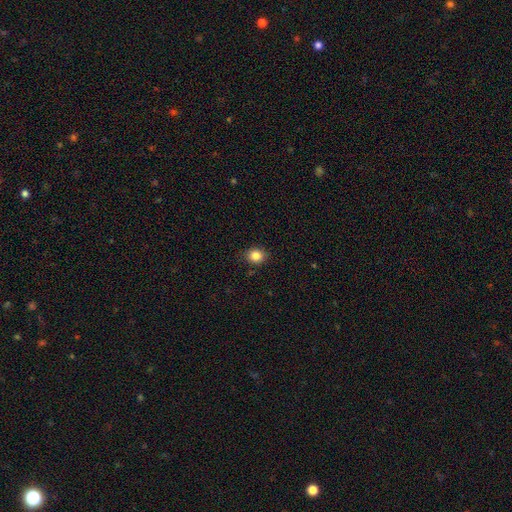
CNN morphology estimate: Smooth or featured? Predicted: smooth (p=0.86). How rounded? Predicted: round (p=0.68). Merging? Predicted: none (p=0.88).